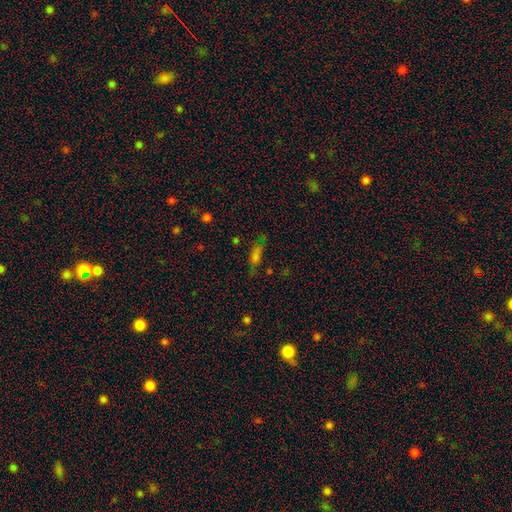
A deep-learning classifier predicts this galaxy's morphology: A smooth galaxy with no disk features (58%) that is in between round and cigar-shaped (60%).

Vote fractions:
- Smooth or featured? smooth: 58% / star or artifact: 28% / featured or disk: 14%
- How rounded? in between: 60% / cigar-shaped: 34% / round: 6%
- Merging? none: 61% / minor disturbance: 22% / major disturbance: 12% / merger: 5%